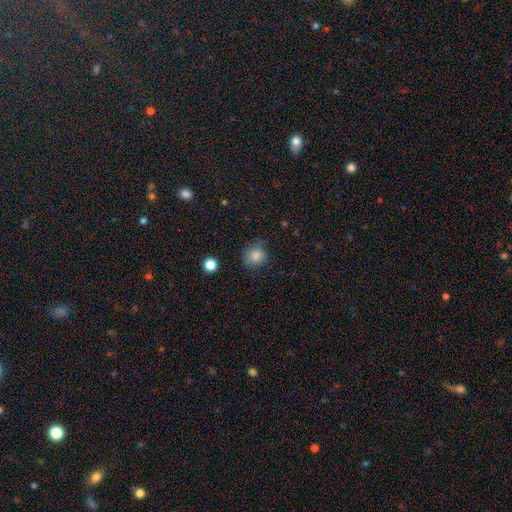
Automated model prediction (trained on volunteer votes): Overall: smooth (84%). How rounded: round (81%). Merging: none (75%).